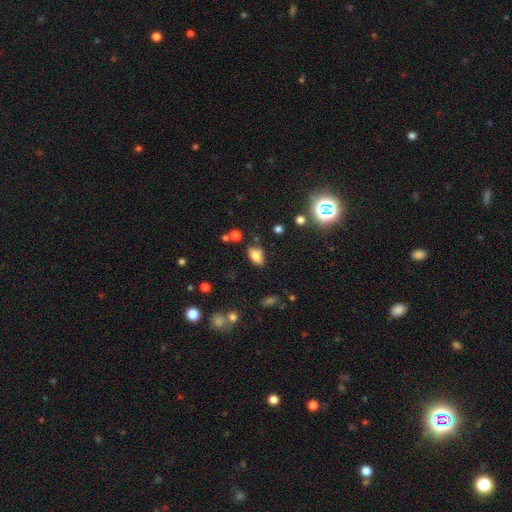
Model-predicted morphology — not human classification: smooth 72%, featured or disk 15%, star or artifact 13%. Down the decision tree: how rounded — in between (86%); merging — none (70%).